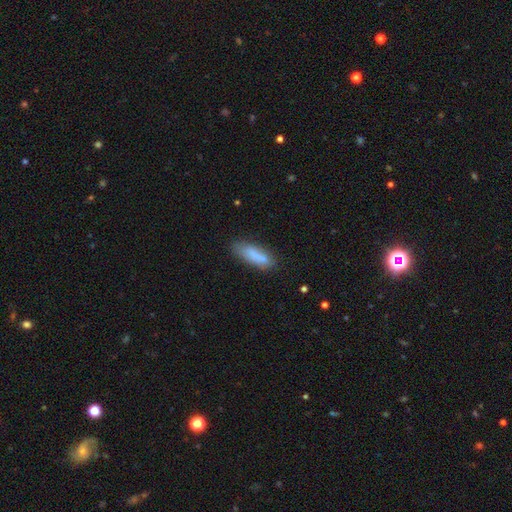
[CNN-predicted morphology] Overall: smooth (81%). How rounded: cigar-shaped (52%; in between 46%). Merging: none (67%).